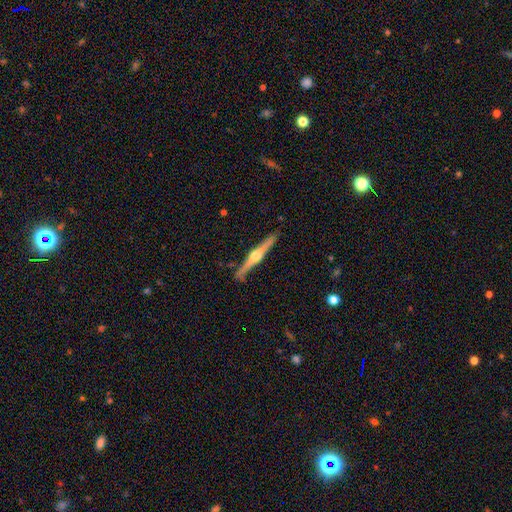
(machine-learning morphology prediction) Smooth or featured? featured or disk (81%)
Edge-on disk? yes (98%)
Edge-on bulge? rounded (94%)
Merging? none (85%)